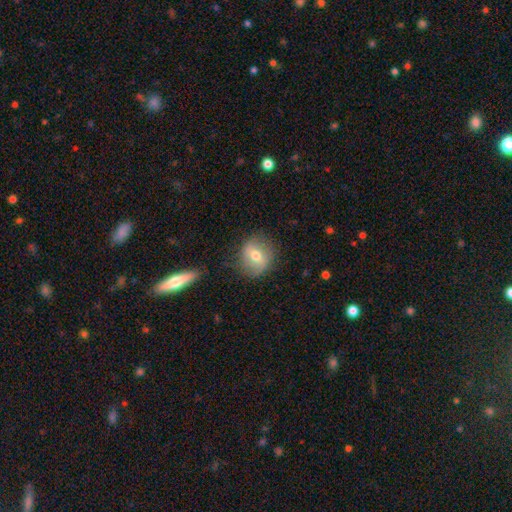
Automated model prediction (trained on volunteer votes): Overall: smooth (60%; featured or disk 31%). How rounded: round (79%). Merging: none (78%).